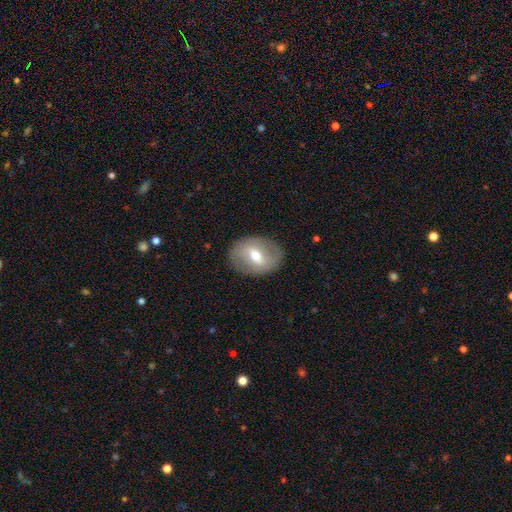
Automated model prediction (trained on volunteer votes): smooth-or-featured: featured or disk: 56% | smooth: 37% | star or artifact: 7%
  disk-edge-on: no: 91% | yes: 9%
    bar: weak: 46% | strong: 38% | no: 16%
    has-spiral-arms: no: 60% | yes: 40%
    bulge-size: moderate: 65% | small: 28% | large: 5% | none: 1% | dominant: 1%
  merging: none: 85% | minor disturbance: 10% | major disturbance: 4% | merger: 1%